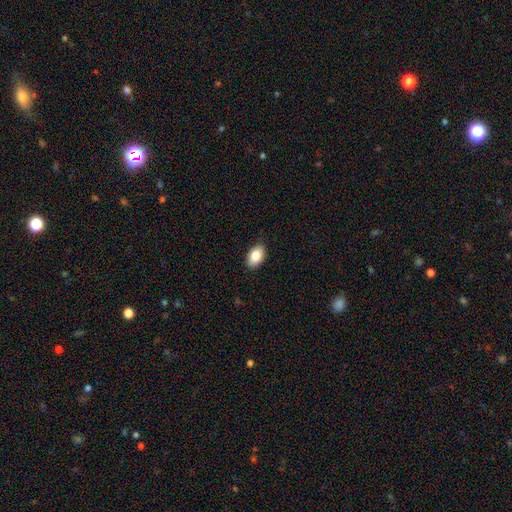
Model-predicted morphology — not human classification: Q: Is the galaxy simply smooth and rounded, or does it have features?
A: smooth — 84%.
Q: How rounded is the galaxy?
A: in between — 91%.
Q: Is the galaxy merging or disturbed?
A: none — 88%.